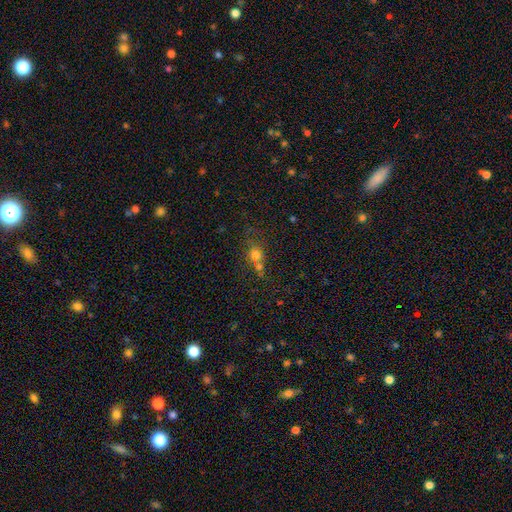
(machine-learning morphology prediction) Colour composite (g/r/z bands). It shows a smooth galaxy with no disk features (58%) that is round (64%). Merging: none (44%).